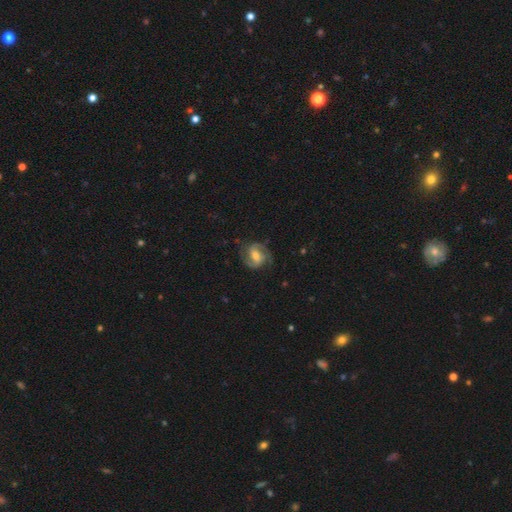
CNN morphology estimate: smooth-or-featured: featured or disk: 82% | smooth: 12% | star or artifact: 6%
  disk-edge-on: no: 98% | yes: 2%
    bar: weak: 47% | no: 27% | strong: 26%
    has-spiral-arms: yes: 96% | no: 4%
      spiral-winding: medium: 52% | tight: 27% | loose: 21%
      spiral-arm-count: 2: 86% | can't tell: 5% | 3: 4% | 1: 2% | 4: 1% | more than 4: 1%
    bulge-size: moderate: 57% | small: 30% | large: 8% | none: 3% | dominant: 1%
  merging: none: 76% | minor disturbance: 16% | major disturbance: 7% | merger: 1%